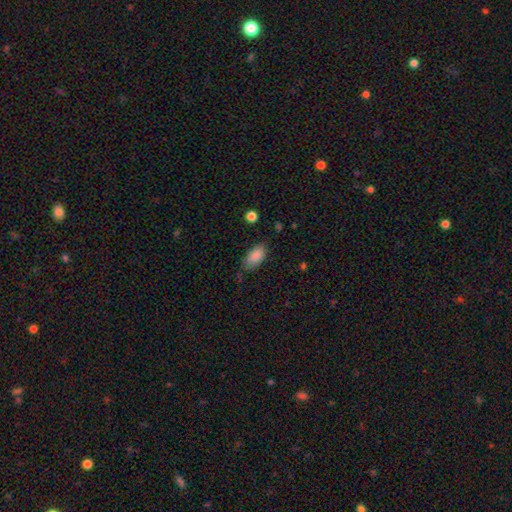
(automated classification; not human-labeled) A smooth galaxy with no disk features (88%) that is in between round and cigar-shaped (92%). Merging: none (72%).